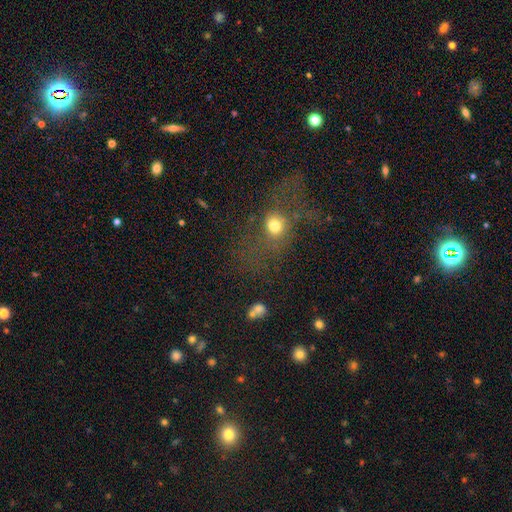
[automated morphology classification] Smooth or featured?
  - smooth: 39% *
  - star or artifact: 35%
  - featured or disk: 26%
Merging?
  - none: 55% *
  - major disturbance: 22%
  - minor disturbance: 18%
  - merger: 5%